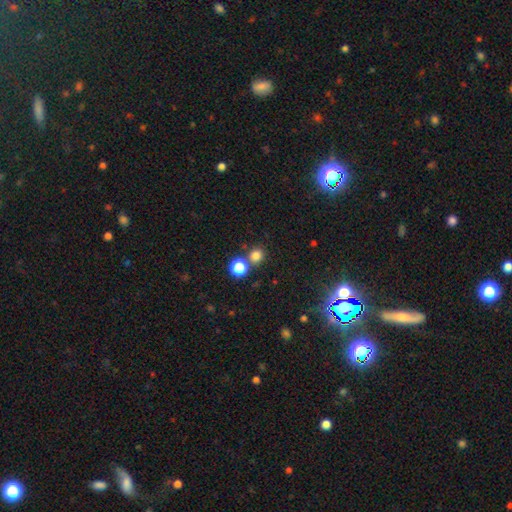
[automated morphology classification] Q: Smooth or featured?
A: smooth (79%); runner-up: star or artifact (16%)
Q: How rounded?
A: round (87%); runner-up: in between (12%)
Q: Merging?
A: none (73%); runner-up: merger (17%)